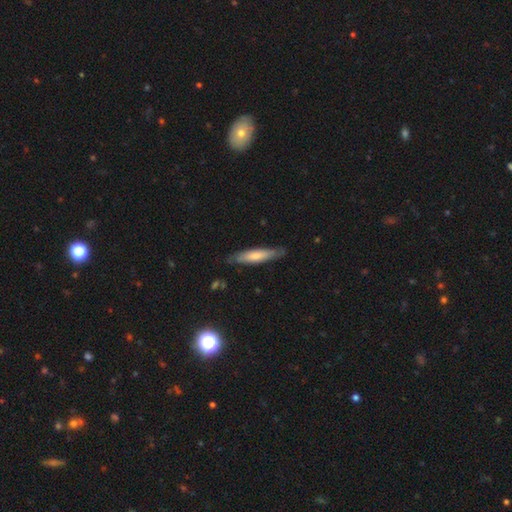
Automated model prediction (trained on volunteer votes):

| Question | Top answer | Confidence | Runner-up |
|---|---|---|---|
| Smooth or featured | smooth | 62% | featured or disk (33%) |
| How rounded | cigar-shaped | 81% | in between (18%) |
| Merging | none | 79% | minor disturbance (17%) |